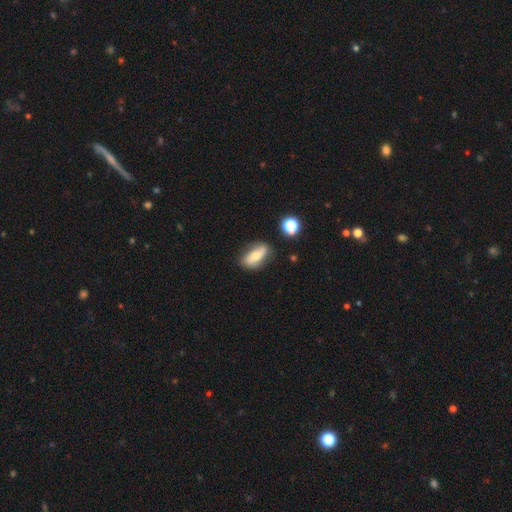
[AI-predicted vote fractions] A smooth galaxy with no disk features (51%) that is in between round and cigar-shaped (81%). Merging: none (72%).